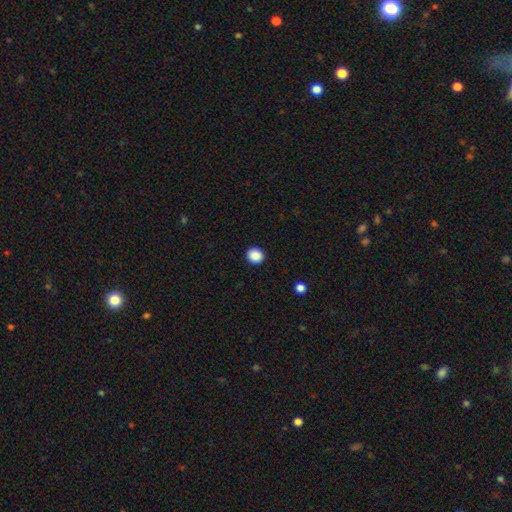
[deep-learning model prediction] Morphology: type=smooth (89%); roundness=round (84%); merging=none (92%).